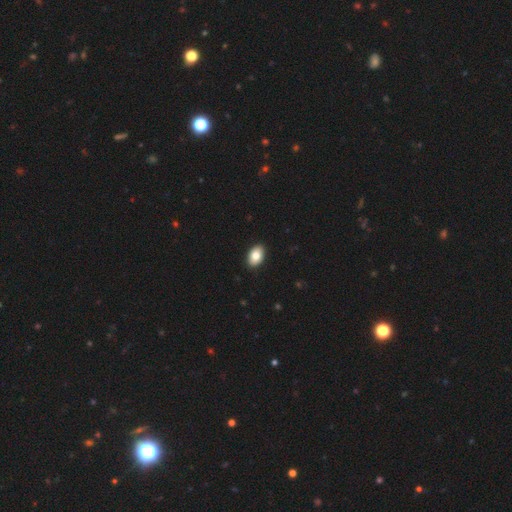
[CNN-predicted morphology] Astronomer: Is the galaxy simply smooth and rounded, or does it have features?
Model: smooth — 82%.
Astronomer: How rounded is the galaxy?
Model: in between — 91%.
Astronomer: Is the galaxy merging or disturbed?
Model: none — 91%.